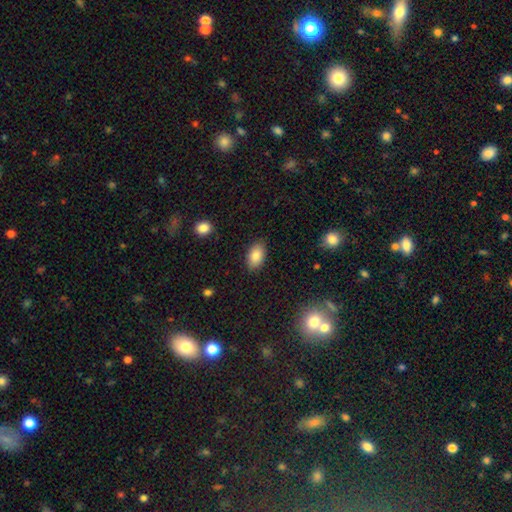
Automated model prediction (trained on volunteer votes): smooth_or_featured: smooth (p=0.84) [alt: featured or disk p=0.08]
how_rounded: in between (p=0.92) [alt: round p=0.07]
merging: none (p=0.86) [alt: minor disturbance p=0.10]